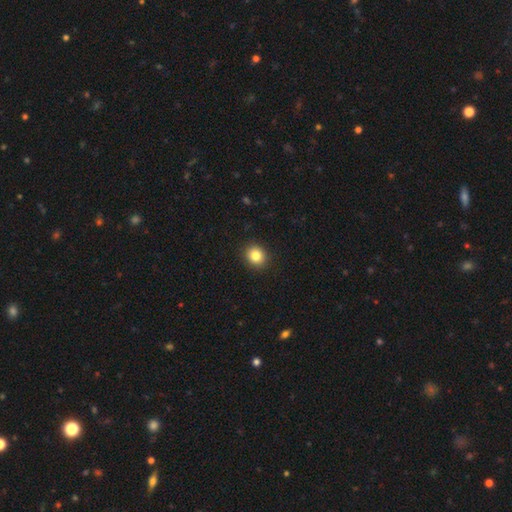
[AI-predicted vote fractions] Overall: smooth (85%). How rounded: round (77%). Merging: none (91%).